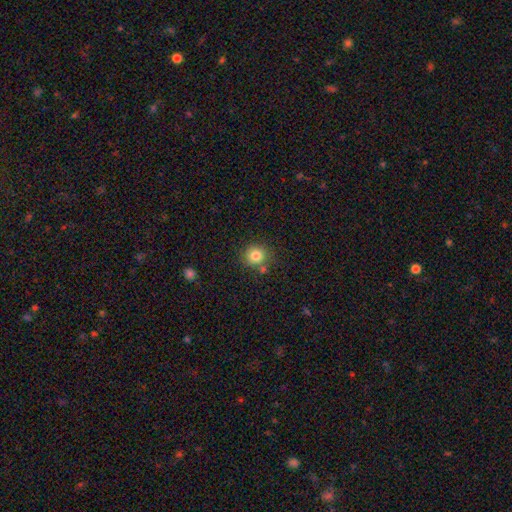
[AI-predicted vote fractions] Smooth or featured?
  - smooth: 82% *
  - star or artifact: 11%
  - featured or disk: 7%
How rounded?
  - round: 84% *
  - in between: 15%
  - cigar-shaped: 1%
Merging?
  - none: 75% *
  - minor disturbance: 12%
  - merger: 10%
  - major disturbance: 3%